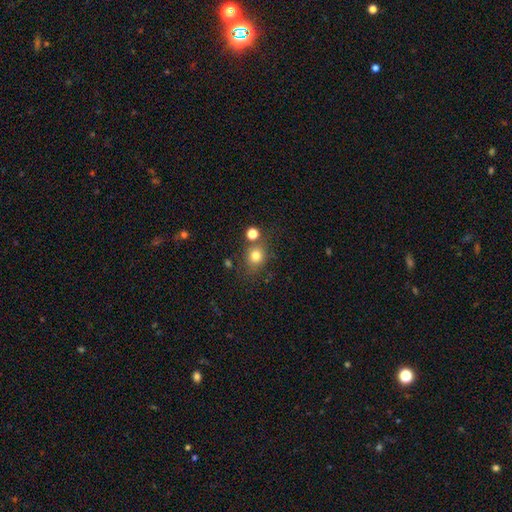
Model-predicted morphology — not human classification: The model was most divided on "how rounded": round: 74%, in between: 25%, cigar-shaped: 1%. More confident: smooth or featured — smooth (78%); merging — none (70%).